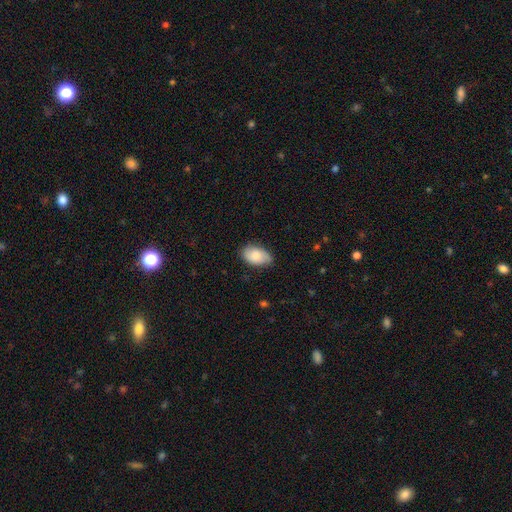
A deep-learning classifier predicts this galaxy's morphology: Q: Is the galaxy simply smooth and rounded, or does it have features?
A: smooth — 80%.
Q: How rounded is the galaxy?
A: in between — 93%.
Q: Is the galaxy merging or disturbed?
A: none — 76%.